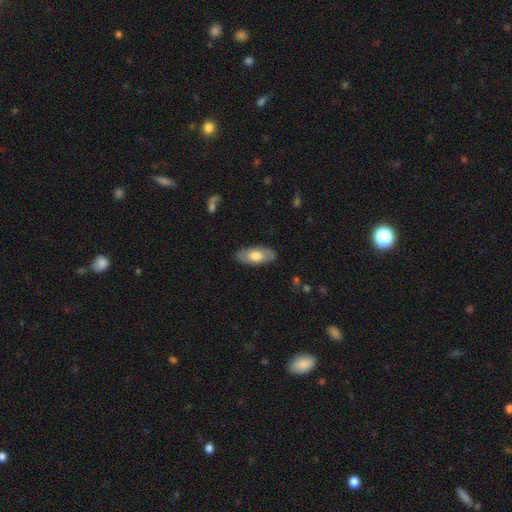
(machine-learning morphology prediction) Smooth or featured: smooth — 63% (featured or disk — 31%)
How rounded: in between — 88% (cigar-shaped — 9%)
Merging: none — 86% (minor disturbance — 11%)